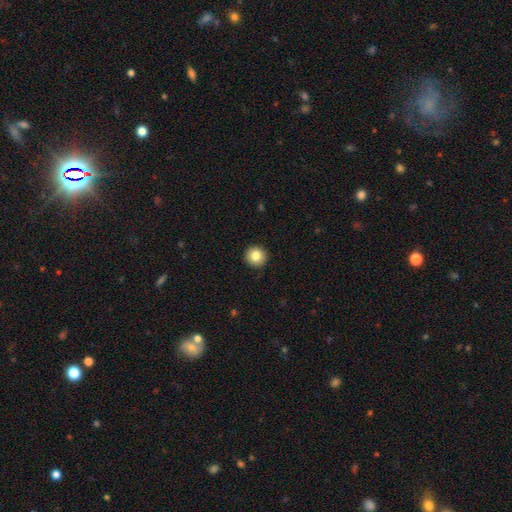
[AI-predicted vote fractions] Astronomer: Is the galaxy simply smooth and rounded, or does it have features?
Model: smooth — 83%.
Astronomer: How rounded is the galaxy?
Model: round — 94%.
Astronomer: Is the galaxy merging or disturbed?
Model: none — 92%.